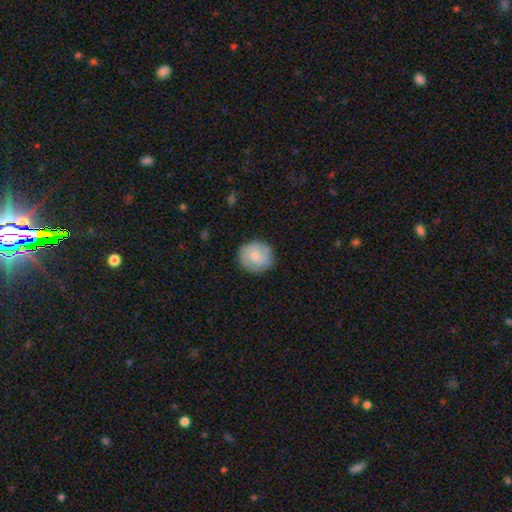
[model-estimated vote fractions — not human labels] This is possibly a smooth galaxy (57%). How rounded: clearly round (87%). Merging: clearly none (84%).